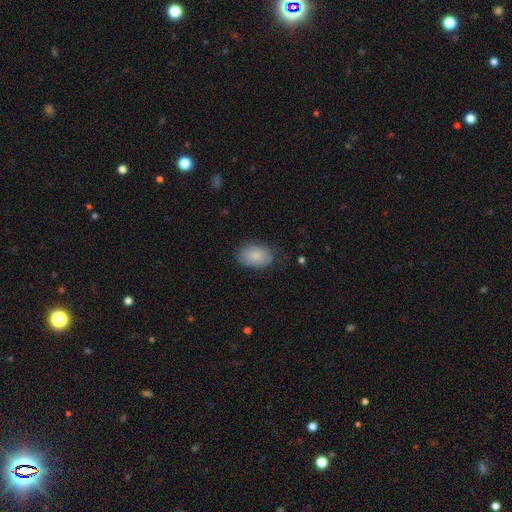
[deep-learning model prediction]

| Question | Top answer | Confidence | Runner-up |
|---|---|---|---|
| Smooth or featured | smooth | 83% | featured or disk (10%) |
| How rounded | in between | 86% | round (13%) |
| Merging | none | 75% | minor disturbance (19%) |